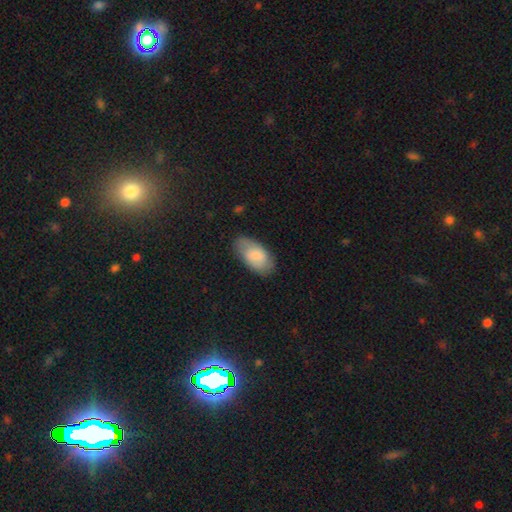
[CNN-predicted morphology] Q: Smooth or featured?
A: smooth (79%); runner-up: featured or disk (15%)
Q: How rounded?
A: in between (94%); runner-up: round (3%)
Q: Merging?
A: none (75%); runner-up: minor disturbance (19%)